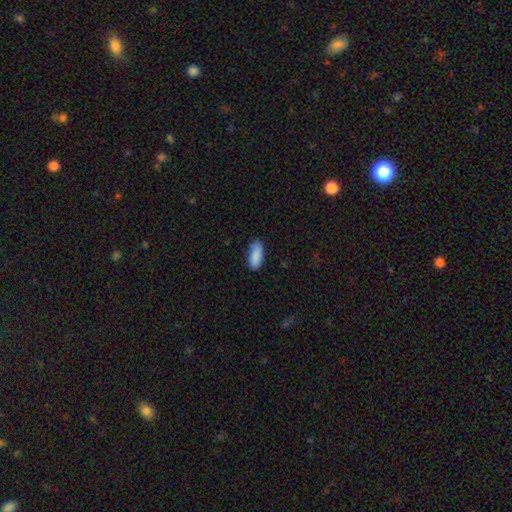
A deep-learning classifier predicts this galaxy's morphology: A smooth galaxy with no disk features (88%) that is in between round and cigar-shaped (77%).

Vote fractions:
- Smooth or featured? smooth: 88% / star or artifact: 6% / featured or disk: 5%
- How rounded? in between: 77% / cigar-shaped: 21% / round: 2%
- Merging? none: 79% / minor disturbance: 16% / major disturbance: 3% / merger: 1%